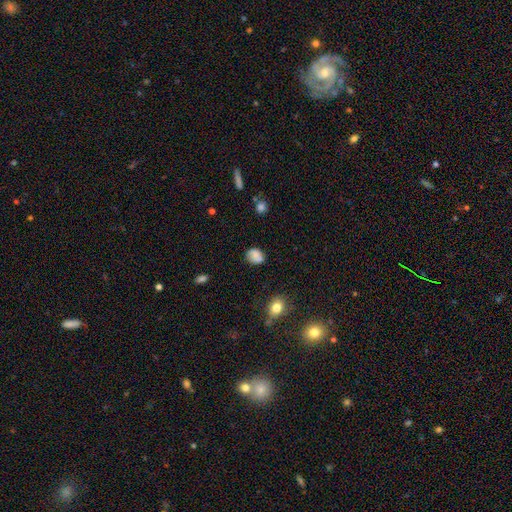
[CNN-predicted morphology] A smooth galaxy with no disk features (79%) that is in between round and cigar-shaped (54%). Merging: none (68%).